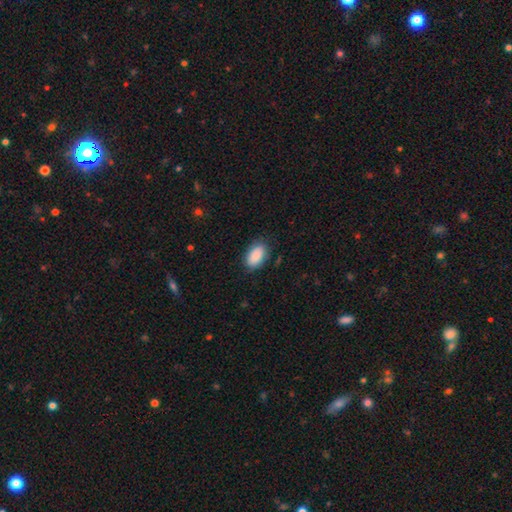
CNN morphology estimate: smooth-or-featured: smooth: 90% | star or artifact: 6% | featured or disk: 4%
  how-rounded: in between: 93% | round: 5% | cigar-shaped: 2%
  merging: none: 83% | minor disturbance: 12% | major disturbance: 3% | merger: 1%